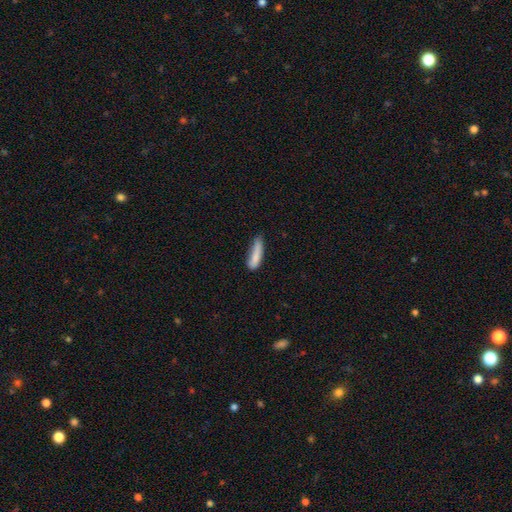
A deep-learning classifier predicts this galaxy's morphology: A smooth galaxy with no disk features (82%) that is cigar-shaped (74%).

Vote fractions:
- Smooth or featured? smooth: 82% / featured or disk: 11% / star or artifact: 7%
- How rounded? cigar-shaped: 74% / in between: 24% / round: 2%
- Merging? none: 54% / minor disturbance: 33% / major disturbance: 9% / merger: 3%